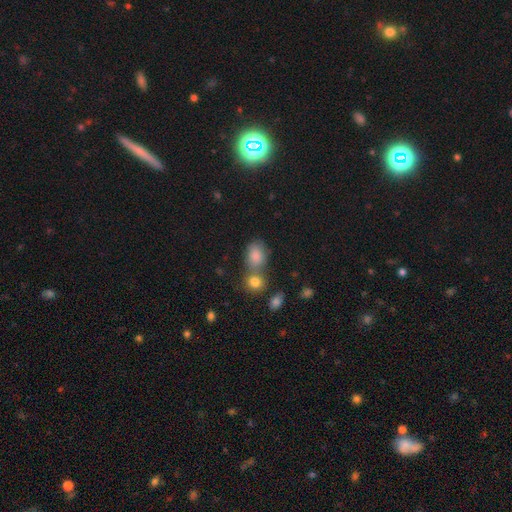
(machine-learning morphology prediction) smooth-or-featured: smooth: 83% | star or artifact: 9% | featured or disk: 8%
  how-rounded: in between: 76% | round: 22% | cigar-shaped: 2%
  merging: none: 43% | merger: 36% | minor disturbance: 15% | major disturbance: 6%